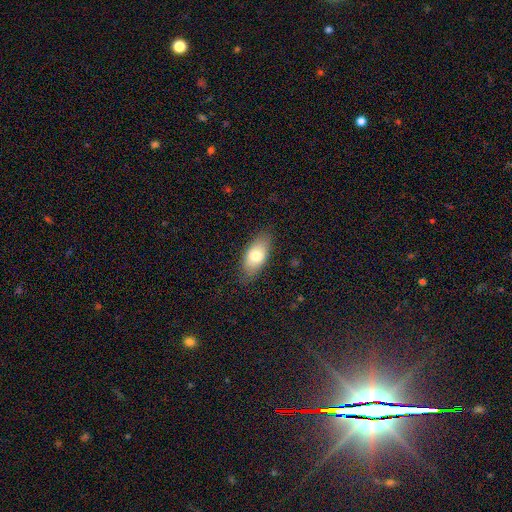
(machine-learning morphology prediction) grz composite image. It shows a smooth galaxy with no disk features (73%) that is in between round and cigar-shaped (89%). Merging: none (81%).